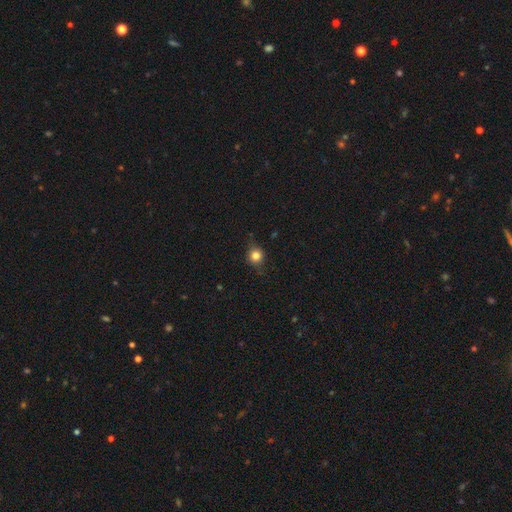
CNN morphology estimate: A smooth galaxy with no disk features (79%) that is round (84%).

Vote fractions:
- Smooth or featured? smooth: 79% / star or artifact: 12% / featured or disk: 9%
- How rounded? round: 84% / in between: 15% / cigar-shaped: 1%
- Merging? none: 76% / minor disturbance: 19% / major disturbance: 4% / merger: 1%